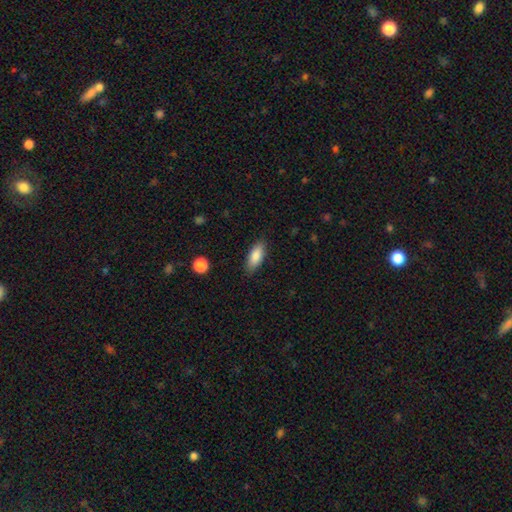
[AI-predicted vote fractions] This appears to be a smooth galaxy with no disk features (85%) that is in between round and cigar-shaped (75%). Merging: none (86%).